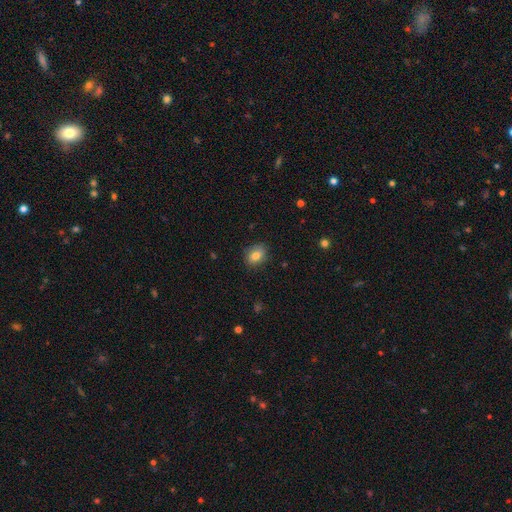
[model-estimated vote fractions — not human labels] The model was most divided on "how rounded": in between: 61%, round: 38%, cigar-shaped: 1%. More confident: smooth or featured — smooth (81%); merging — none (81%).